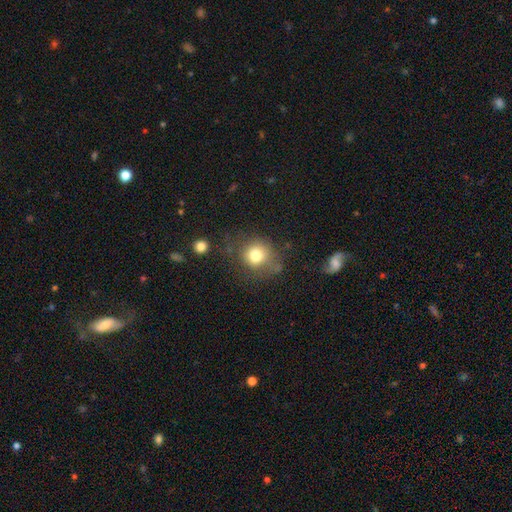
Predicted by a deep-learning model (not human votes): Smooth or featured? Predicted: smooth (p=0.78). How rounded? Predicted: round (p=0.81). Merging? Predicted: none (p=0.61).